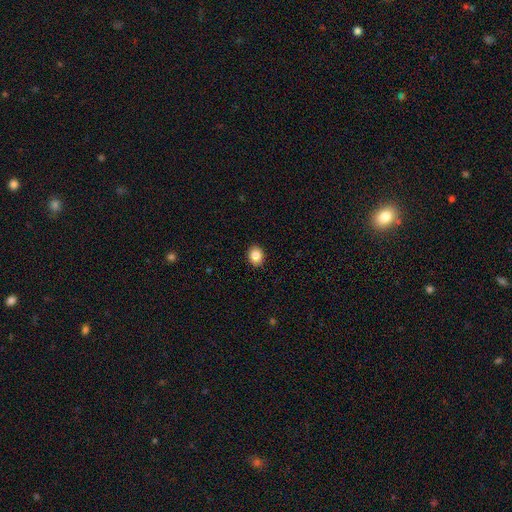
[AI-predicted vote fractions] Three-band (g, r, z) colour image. It shows a smooth galaxy with no disk features (85%) that is round (57%). Merging: none (91%).